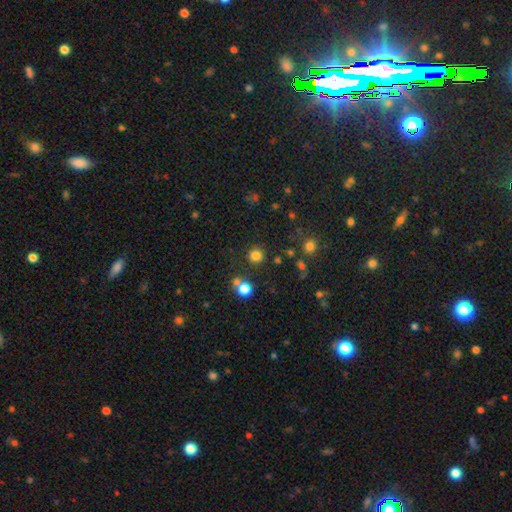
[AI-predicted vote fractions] Smooth or featured: smooth — 80% (star or artifact — 15%)
How rounded: round — 93% (in between — 6%)
Merging: none — 84% (minor disturbance — 7%)